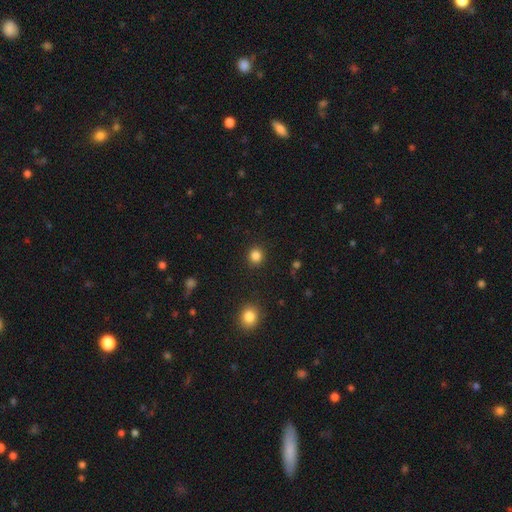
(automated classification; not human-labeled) Q: Smooth or featured?
A: smooth (85%); runner-up: star or artifact (12%)
Q: How rounded?
A: round (86%); runner-up: in between (13%)
Q: Merging?
A: none (91%); runner-up: minor disturbance (5%)